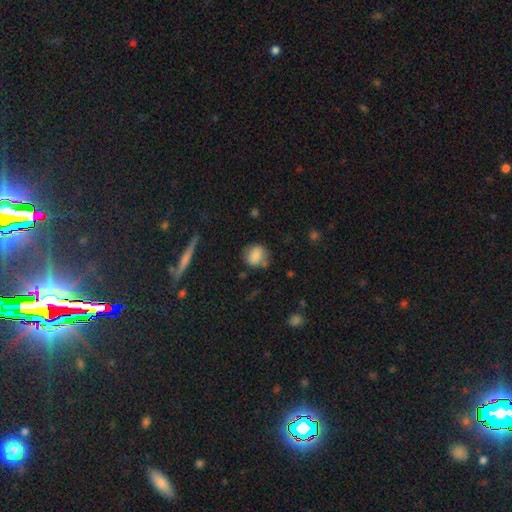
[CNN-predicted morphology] Smooth or featured: smooth — 82% (star or artifact — 9%)
How rounded: round — 67% (in between — 31%)
Merging: none — 70% (minor disturbance — 19%)